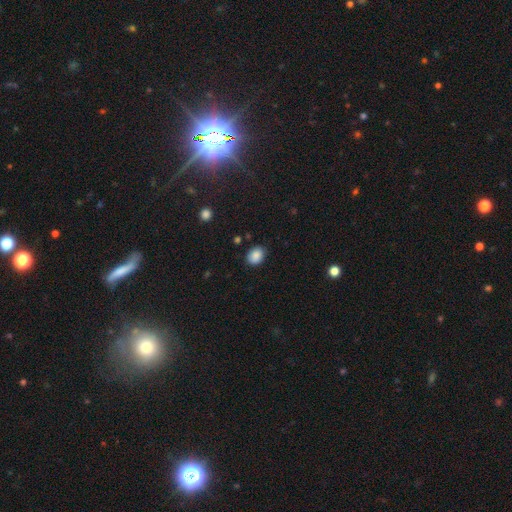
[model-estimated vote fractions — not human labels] The model was most divided on "how rounded": in between: 54%, round: 45%, cigar-shaped: 1%. More confident: smooth or featured — smooth (87%); merging — none (85%).